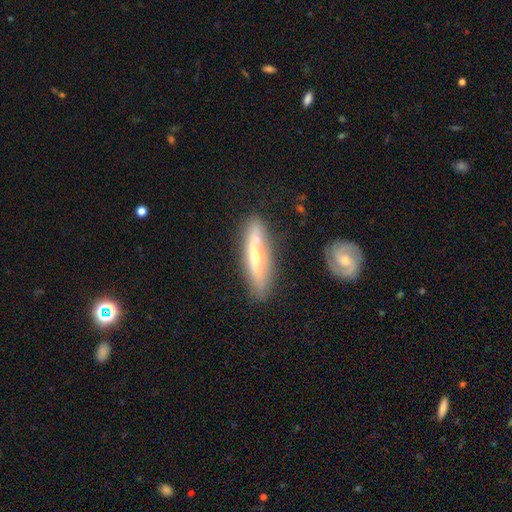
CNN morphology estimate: Overall: featured or disk (61%; smooth 33%). Edge-on disk: yes (71%). Merging: none (76%).